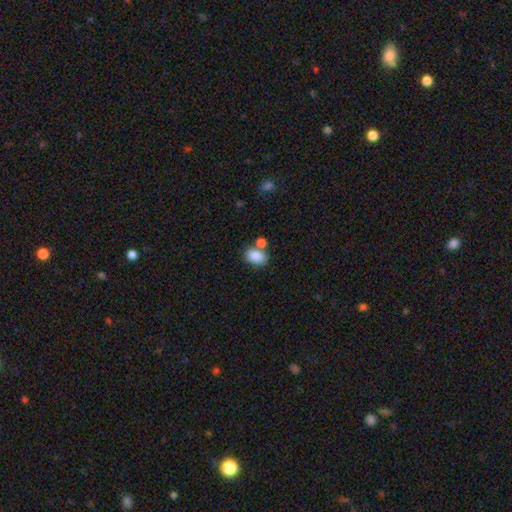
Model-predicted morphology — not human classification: Smooth or featured: smooth — 86% (star or artifact — 9%)
How rounded: in between — 86% (round — 13%)
Merging: none — 58% (merger — 25%)